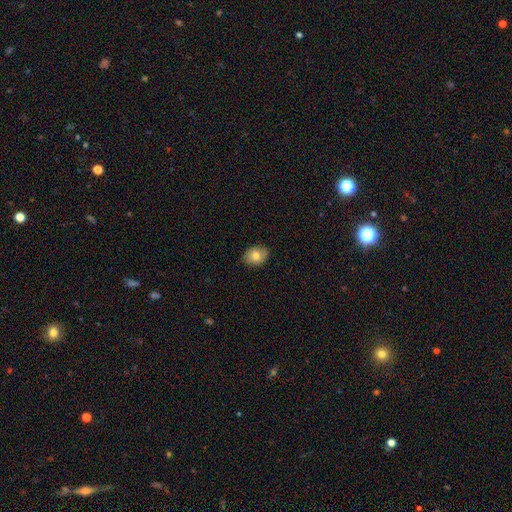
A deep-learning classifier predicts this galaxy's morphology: The model was most divided on "how rounded": in between: 64%, round: 35%, cigar-shaped: 1%. More confident: merging — none (85%); smooth or featured — smooth (79%).